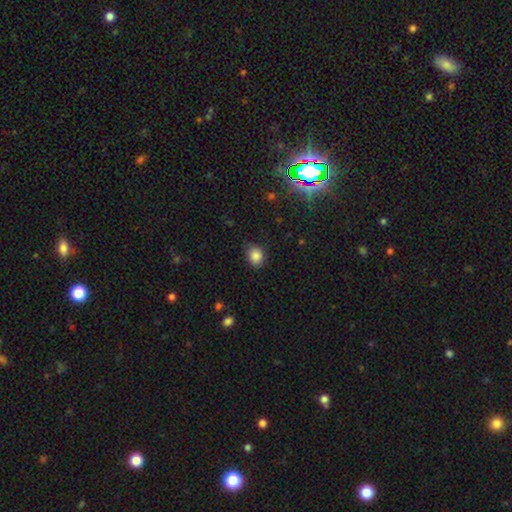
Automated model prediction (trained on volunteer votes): smooth-or-featured: smooth: 85% | star or artifact: 10% | featured or disk: 5%
  how-rounded: round: 60% | in between: 39% | cigar-shaped: 1%
  merging: none: 77% | minor disturbance: 18% | major disturbance: 3% | merger: 1%